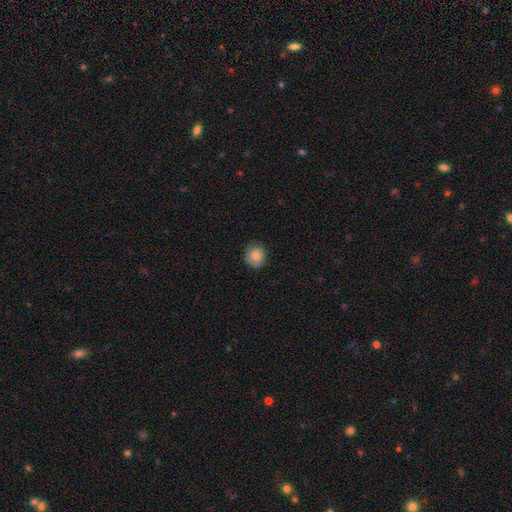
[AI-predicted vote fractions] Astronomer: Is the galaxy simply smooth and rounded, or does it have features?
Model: smooth — 84%.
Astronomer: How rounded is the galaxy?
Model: round — 89%.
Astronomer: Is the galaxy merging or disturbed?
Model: none — 85%.